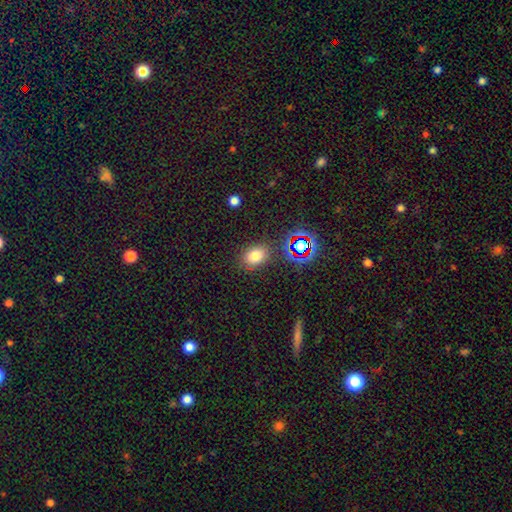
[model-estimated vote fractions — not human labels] smooth-or-featured: smooth: 69% | star or artifact: 22% | featured or disk: 9%
  how-rounded: in between: 66% | round: 32% | cigar-shaped: 2%
  merging: none: 85% | minor disturbance: 9% | merger: 3% | major disturbance: 3%